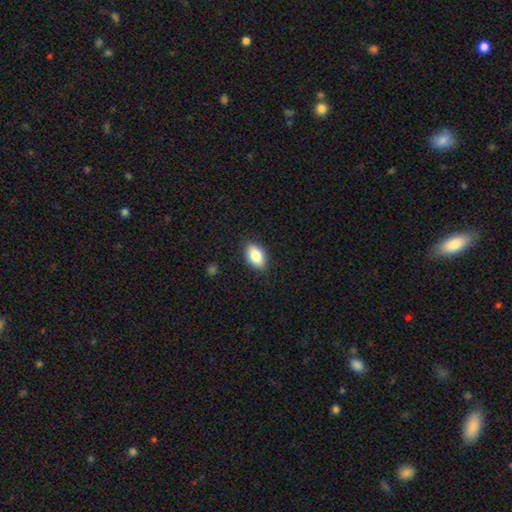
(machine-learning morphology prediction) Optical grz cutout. It shows a smooth galaxy with no disk features (83%) that is in between round and cigar-shaped (91%). Merging: none (88%).